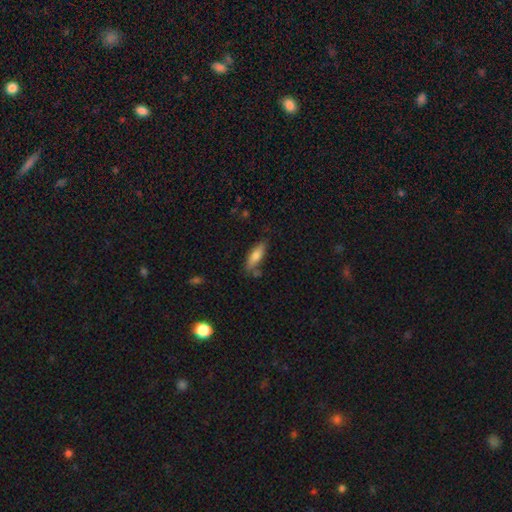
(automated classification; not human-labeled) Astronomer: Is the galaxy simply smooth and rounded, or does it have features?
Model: smooth — 74%.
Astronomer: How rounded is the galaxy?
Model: in between — 56% (runner-up: cigar-shaped, 42%).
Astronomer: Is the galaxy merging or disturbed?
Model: none — 72%.